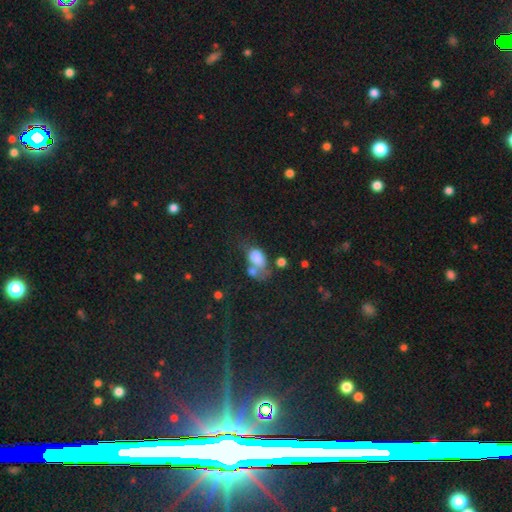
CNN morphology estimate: smooth 74%, featured or disk 15%, star or artifact 11%. Down the decision tree: how rounded — in between (82%); merging — merger (40%).